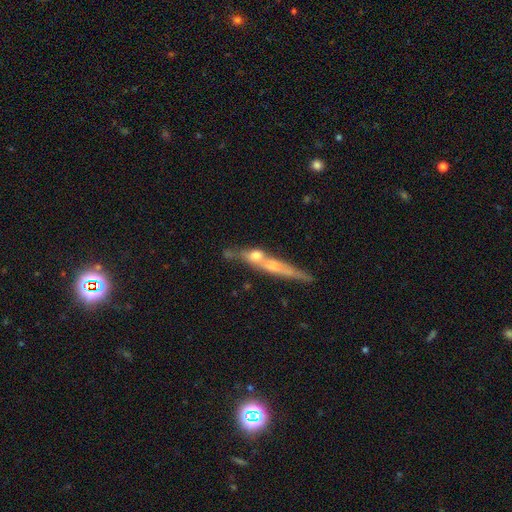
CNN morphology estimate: This appears to be a featured or disk galaxy (53%) viewed edge-on (75%). Merging: merger (43%).